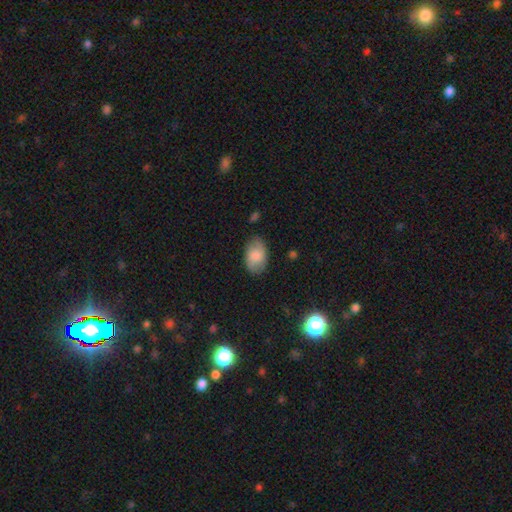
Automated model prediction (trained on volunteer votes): Morphology: type=smooth (78%); roundness=in between (91%); merging=none (77%).